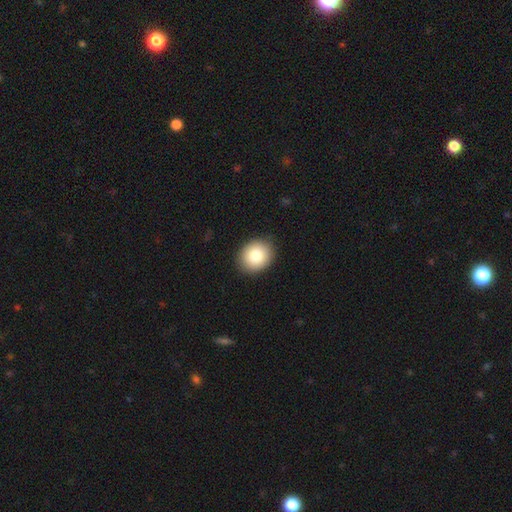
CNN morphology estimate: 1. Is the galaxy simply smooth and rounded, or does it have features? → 81% smooth, 10% featured or disk, 8% star or artifact.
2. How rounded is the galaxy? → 64% round, 35% in between, 1% cigar-shaped.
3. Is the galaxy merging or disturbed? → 90% none, 7% minor disturbance, 2% major disturbance, 1% merger.